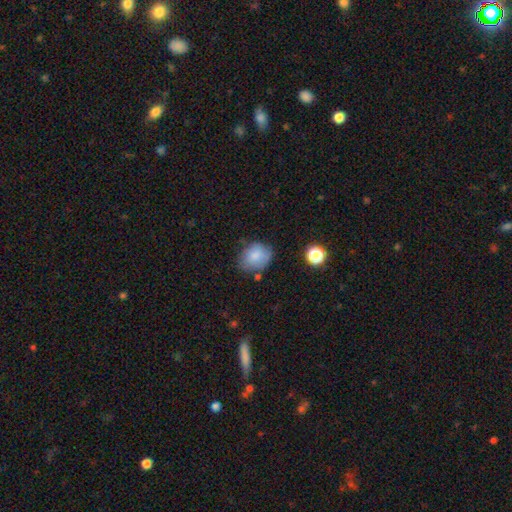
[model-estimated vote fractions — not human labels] A smooth galaxy with no disk features (80%) that is round (50%).

Vote fractions:
- Smooth or featured? smooth: 80% / featured or disk: 12% / star or artifact: 9%
- How rounded? round: 50% / in between: 49% / cigar-shaped: 1%
- Merging? none: 65% / minor disturbance: 24% / major disturbance: 6% / merger: 5%